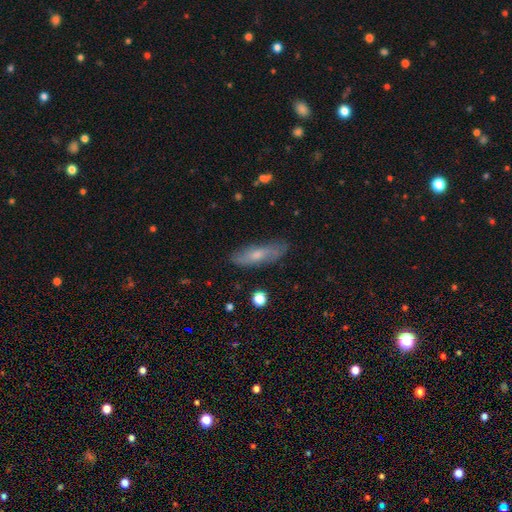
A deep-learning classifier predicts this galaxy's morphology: smooth_or_featured: smooth (p=0.55) [alt: featured or disk p=0.37]
how_rounded: cigar-shaped (p=0.59) [alt: in between p=0.38]
merging: none (p=0.82) [alt: minor disturbance p=0.14]